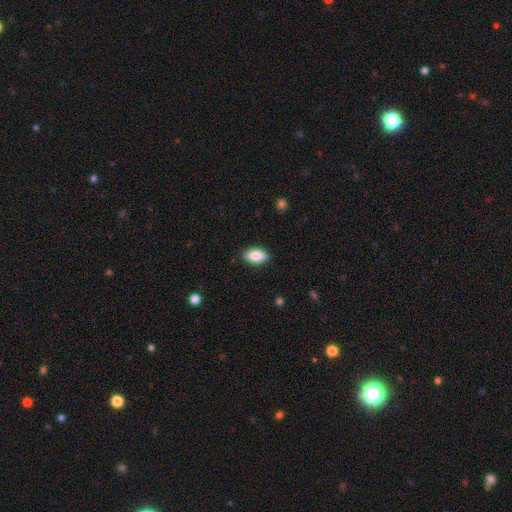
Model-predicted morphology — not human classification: Q: Smooth or featured?
A: smooth (85%); runner-up: featured or disk (8%)
Q: How rounded?
A: in between (91%); runner-up: cigar-shaped (5%)
Q: Merging?
A: none (88%); runner-up: minor disturbance (9%)